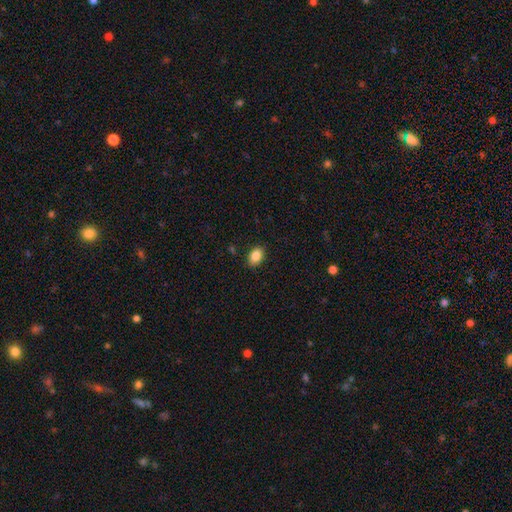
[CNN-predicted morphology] Overall: smooth (85%). How rounded: in between (85%). Merging: none (87%).